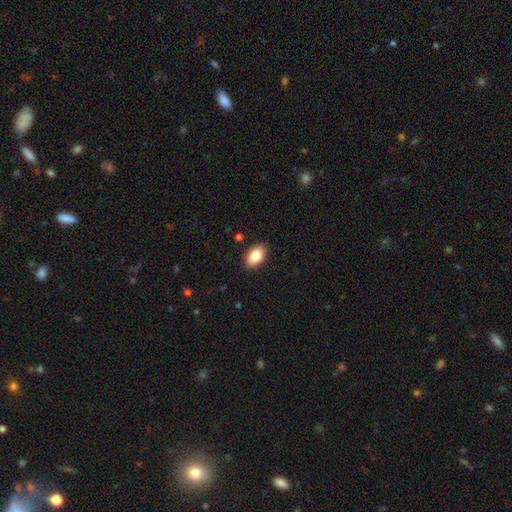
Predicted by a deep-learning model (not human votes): Q: Smooth or featured?
A: smooth (84%); runner-up: featured or disk (9%)
Q: How rounded?
A: in between (92%); runner-up: round (7%)
Q: Merging?
A: none (88%); runner-up: minor disturbance (9%)